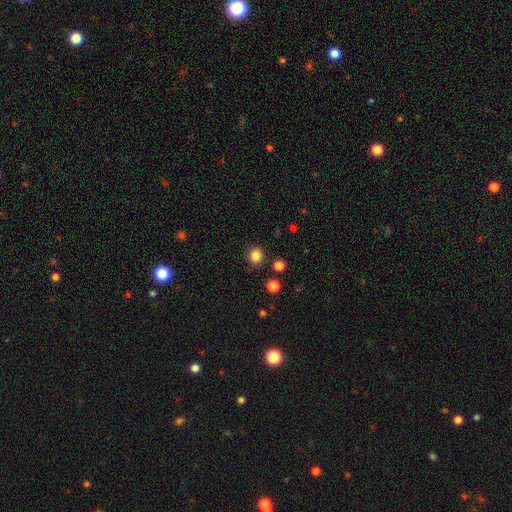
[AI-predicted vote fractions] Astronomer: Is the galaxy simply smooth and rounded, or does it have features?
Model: smooth — 84%.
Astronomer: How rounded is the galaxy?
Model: round — 90%.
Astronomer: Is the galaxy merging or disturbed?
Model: none — 89%.